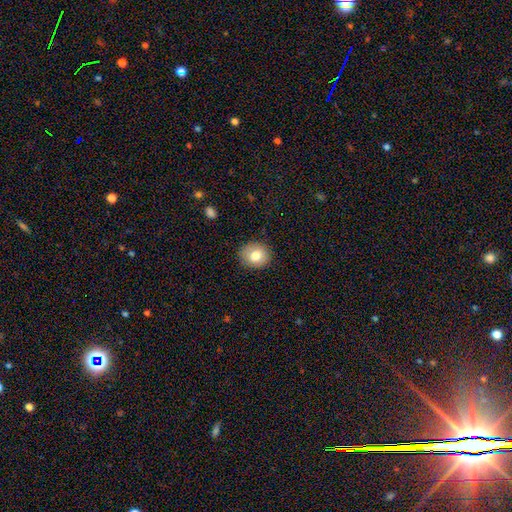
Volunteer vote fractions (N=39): Overall: smooth (85%). How rounded: round (64%; in between 36%). Merging: none (87%).